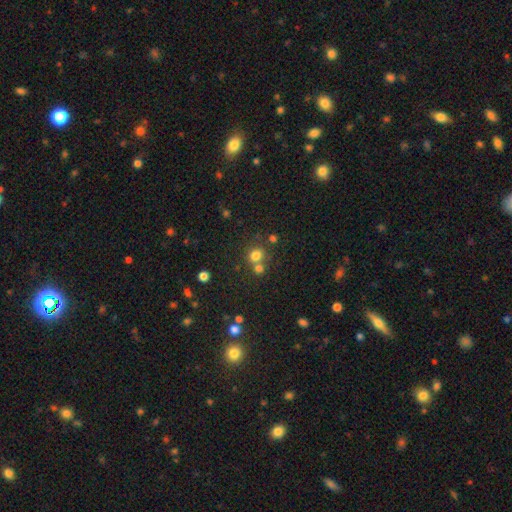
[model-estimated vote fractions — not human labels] This appears to be a smooth galaxy with no disk features (75%) that is round (78%). Merging: none (53%).